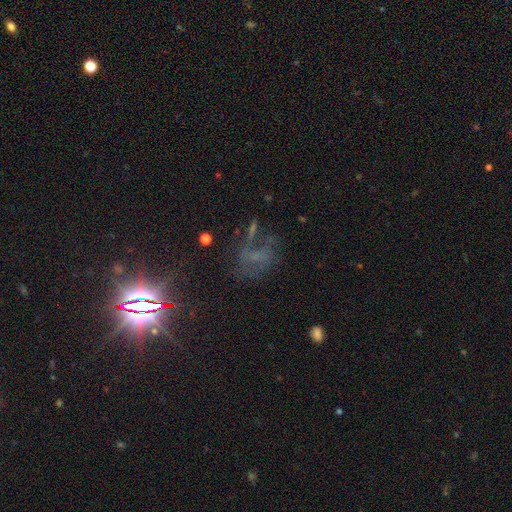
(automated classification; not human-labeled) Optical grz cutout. It shows a star or artifact, not a galaxy (43%).